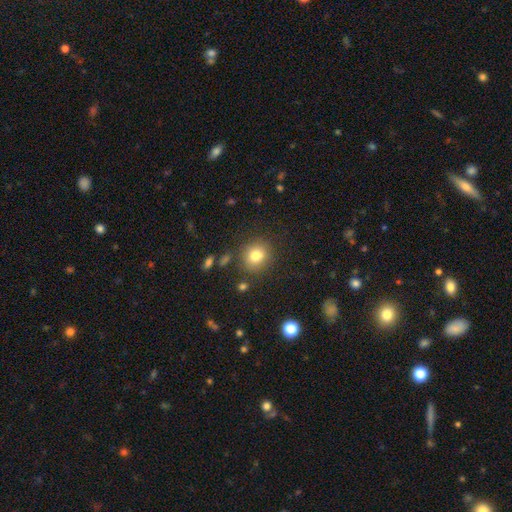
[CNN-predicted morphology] smooth 80%, star or artifact 11%, featured or disk 8%. Down the decision tree: how rounded — round (77%); merging — none (82%).